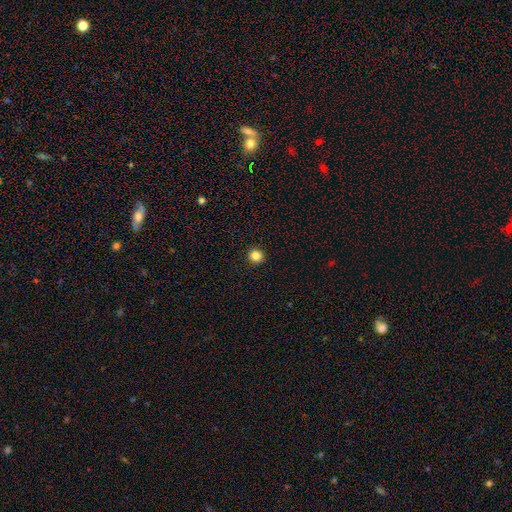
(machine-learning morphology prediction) A smooth galaxy with no disk features (84%) that is round (94%).

Vote fractions:
- Smooth or featured? smooth: 84% / star or artifact: 11% / featured or disk: 5%
- How rounded? round: 94% / in between: 5% / cigar-shaped: 1%
- Merging? none: 94% / minor disturbance: 4% / major disturbance: 1% / merger: 1%